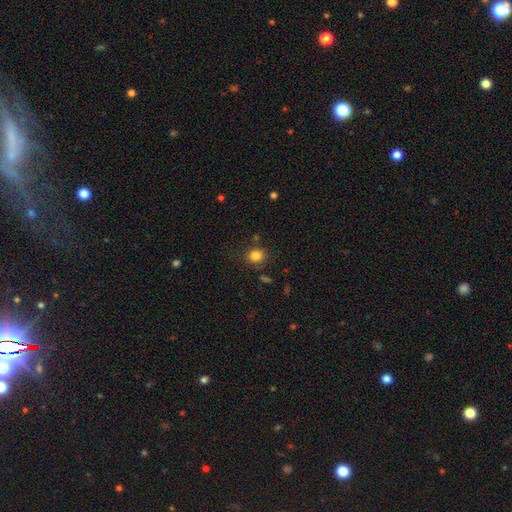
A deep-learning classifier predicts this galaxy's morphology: The model was most divided on "how rounded": round: 72%, in between: 27%, cigar-shaped: 1%. More confident: smooth or featured — smooth (83%); merging — none (81%).